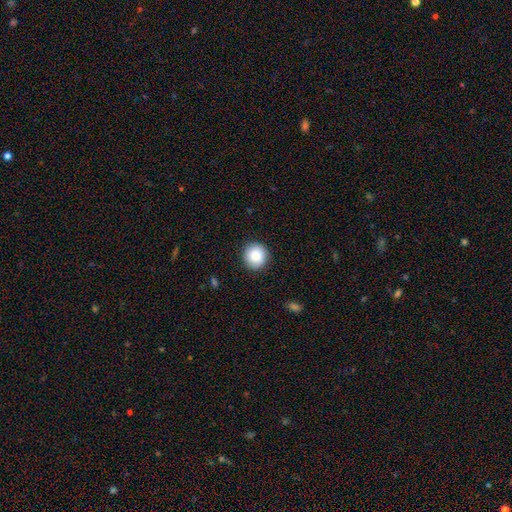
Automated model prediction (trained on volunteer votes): This appears to be a smooth galaxy with no disk features (84%) that is round (90%). Merging: none (90%).